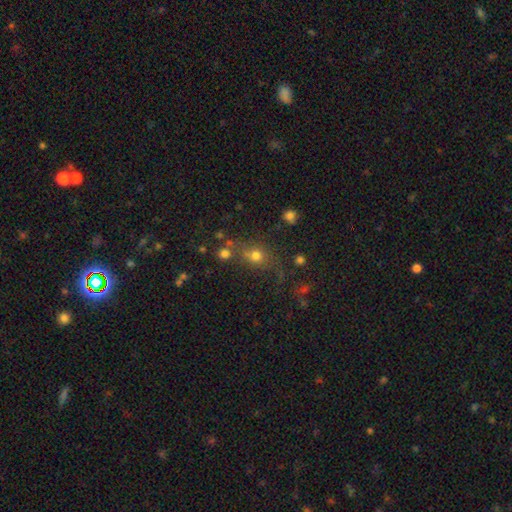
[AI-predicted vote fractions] smooth_or_featured: smooth (p=0.68) [alt: star or artifact p=0.20]
how_rounded: round (p=0.75) [alt: in between p=0.22]
merging: none (p=0.59) [alt: merger p=0.17]